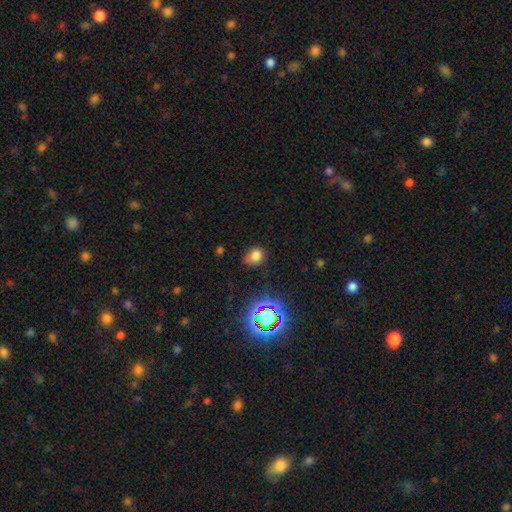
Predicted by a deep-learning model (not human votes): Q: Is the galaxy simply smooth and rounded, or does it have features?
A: smooth — 73%.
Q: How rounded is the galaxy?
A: round — 59%.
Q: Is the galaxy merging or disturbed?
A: none — 63%.